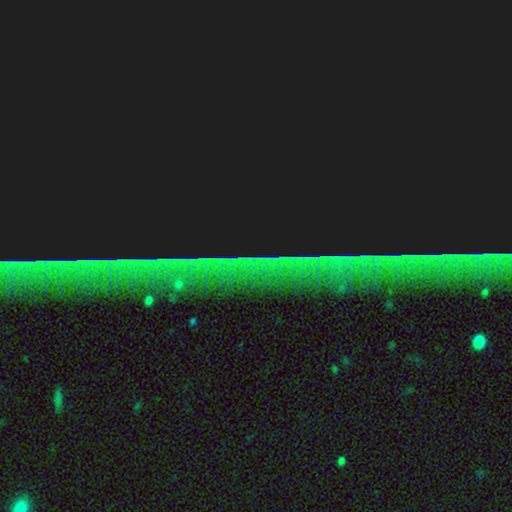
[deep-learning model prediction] Overall: star or artifact (85%).